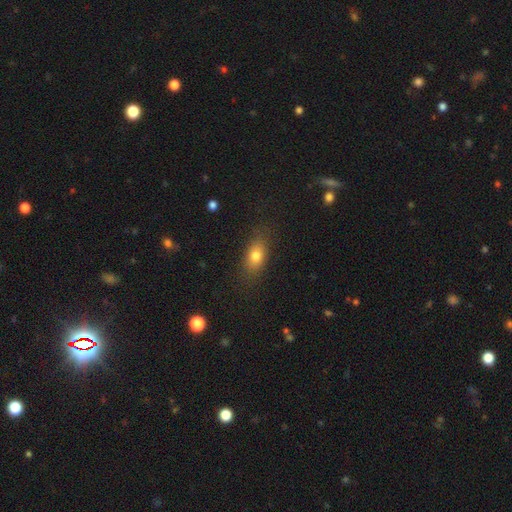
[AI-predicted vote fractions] This appears to be a smooth galaxy with no disk features (77%) that is in between round and cigar-shaped (77%). Merging: none (79%).